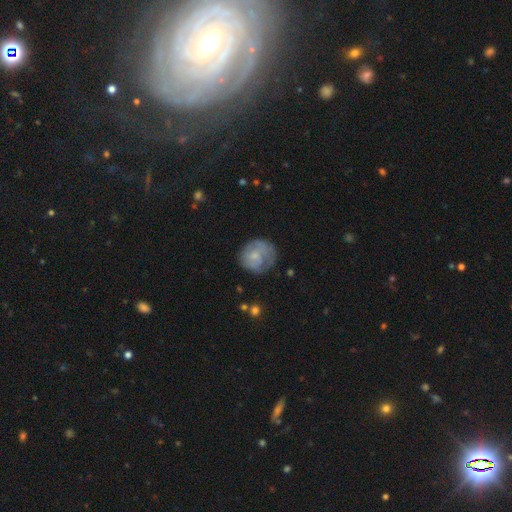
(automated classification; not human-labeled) Morphology: type=smooth (51%); roundness=round (82%); merging=none (60%).